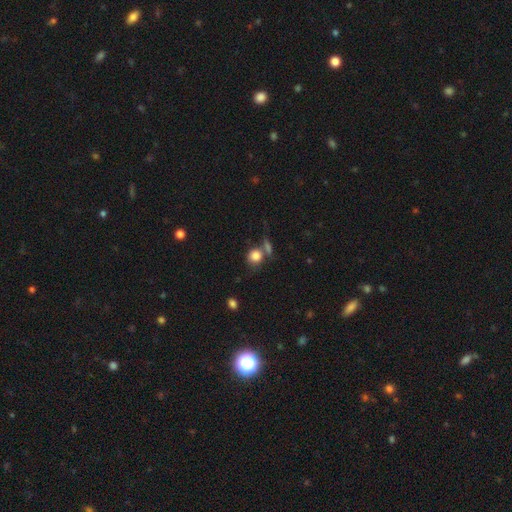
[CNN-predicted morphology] This appears to be a smooth galaxy with no disk features (83%) that is round (76%). Merging: none (54%).